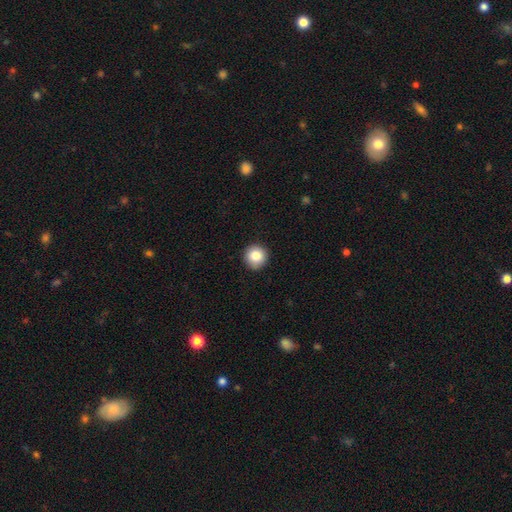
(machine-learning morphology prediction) Q: Smooth or featured?
A: smooth (84%); runner-up: star or artifact (9%)
Q: How rounded?
A: round (94%); runner-up: in between (5%)
Q: Merging?
A: none (91%); runner-up: minor disturbance (6%)